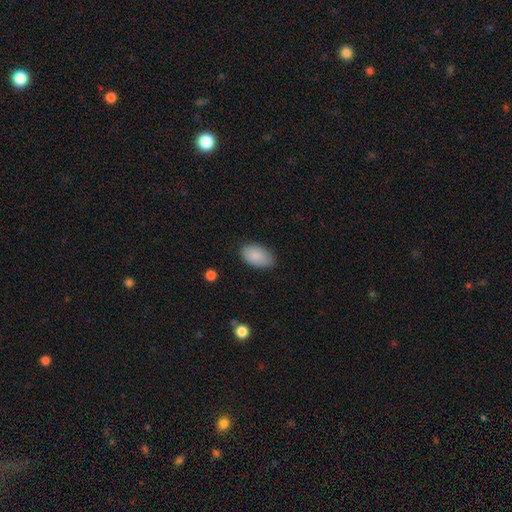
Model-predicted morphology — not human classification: type=smooth (87%); roundness=in between (94%); merging=none (81%).